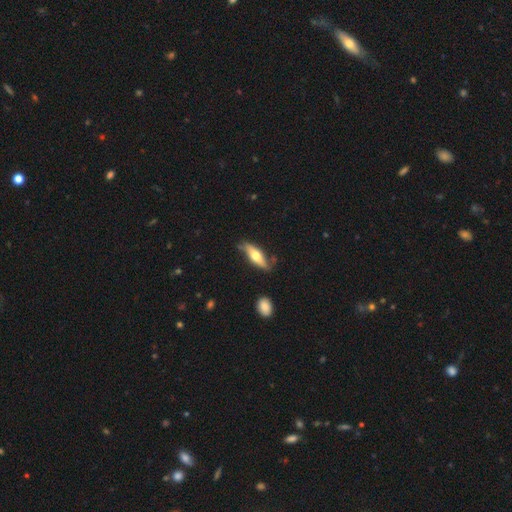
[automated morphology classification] Smooth or featured: smooth — 52% (featured or disk — 42%)
How rounded: cigar-shaped — 52% (in between — 45%)
Merging: none — 72% (minor disturbance — 20%)